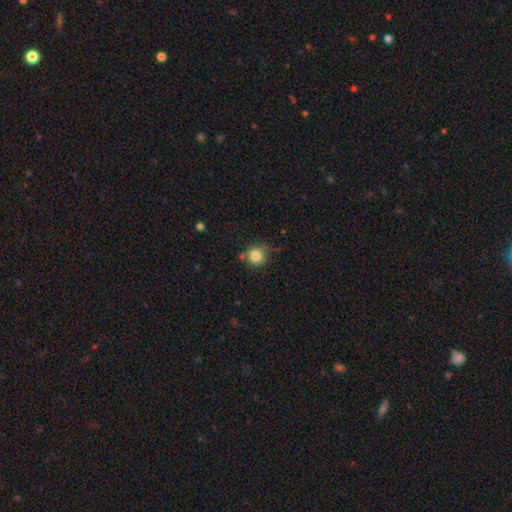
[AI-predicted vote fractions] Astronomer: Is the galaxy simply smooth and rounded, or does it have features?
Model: smooth — 83%.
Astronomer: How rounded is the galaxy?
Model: round — 90%.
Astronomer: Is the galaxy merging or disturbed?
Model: none — 68%.